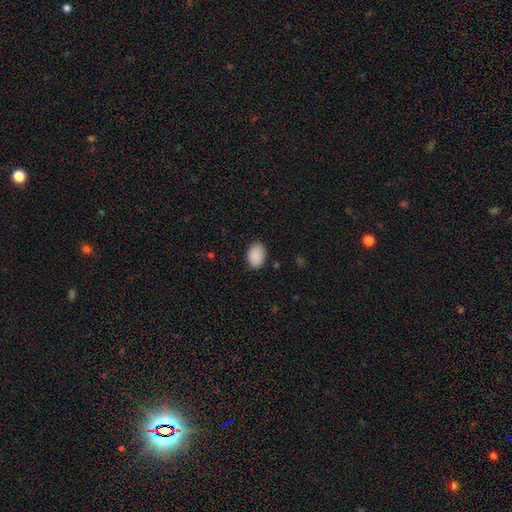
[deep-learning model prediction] A smooth galaxy with no disk features (90%) that is in between round and cigar-shaped (79%).

Vote fractions:
- Smooth or featured? smooth: 90% / star or artifact: 7% / featured or disk: 3%
- How rounded? in between: 79% / round: 20% / cigar-shaped: 1%
- Merging? none: 86% / minor disturbance: 10% / major disturbance: 2% / merger: 1%